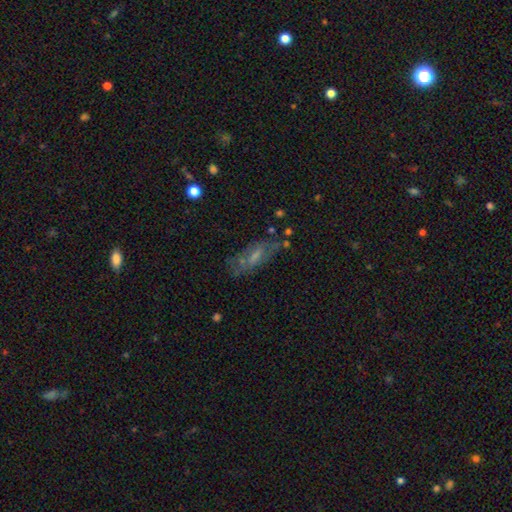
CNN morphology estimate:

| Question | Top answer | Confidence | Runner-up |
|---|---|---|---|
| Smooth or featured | featured or disk | 48% | smooth (40%) |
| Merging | none | 58% | minor disturbance (22%) |